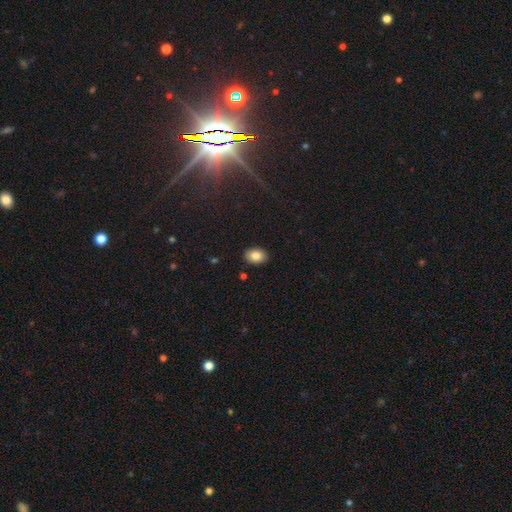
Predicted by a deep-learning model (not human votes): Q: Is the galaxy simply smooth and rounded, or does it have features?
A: smooth — 84%.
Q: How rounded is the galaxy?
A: in between — 78%.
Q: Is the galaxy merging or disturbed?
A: none — 89%.